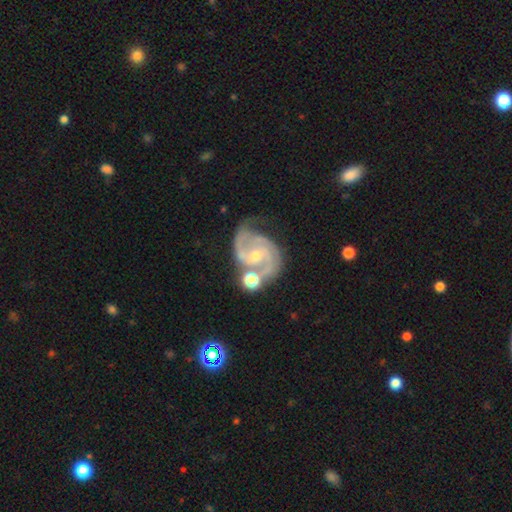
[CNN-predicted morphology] type=featured or disk (90%); edge-on=no (98%); bar=no (51%); spiral arms=yes (98%); winding=medium (55%); arm count=2 (76%); bulge=small (62%); merging=none (50%).